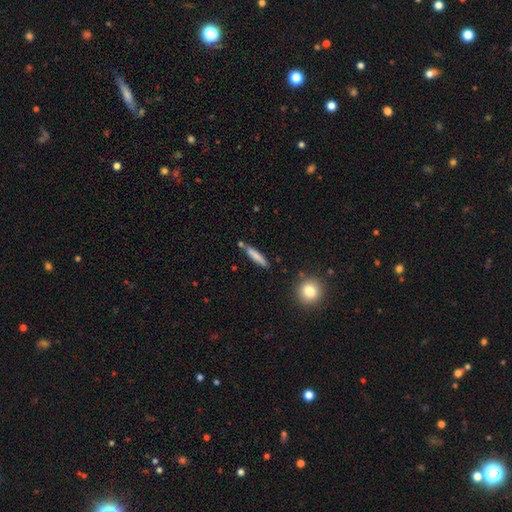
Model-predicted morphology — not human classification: A smooth galaxy with no disk features (75%) that is cigar-shaped (89%).

Vote fractions:
- Smooth or featured? smooth: 75% / featured or disk: 19% / star or artifact: 7%
- How rounded? cigar-shaped: 89% / in between: 9% / round: 2%
- Merging? none: 77% / minor disturbance: 13% / merger: 8% / major disturbance: 3%